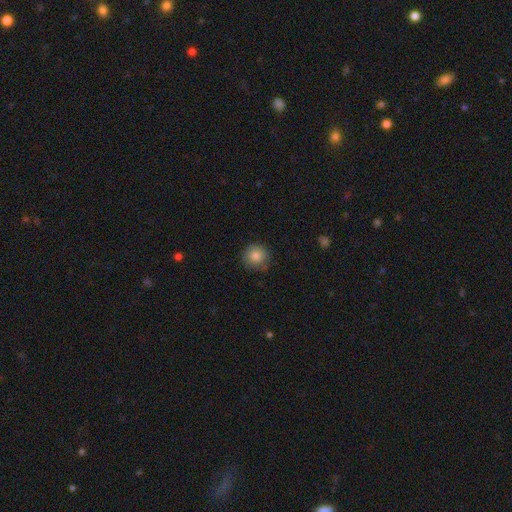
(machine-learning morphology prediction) A smooth galaxy with no disk features (85%) that is round (92%). Merging: none (83%).